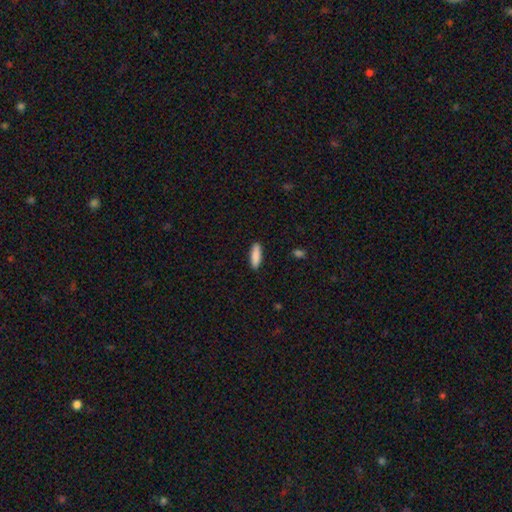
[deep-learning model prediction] Morphology: type=smooth (89%); roundness=cigar-shaped (54%); merging=none (90%).